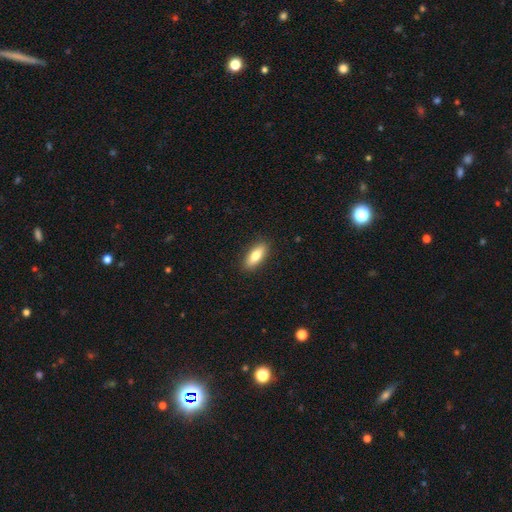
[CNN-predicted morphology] Smooth or featured: smooth — 76% (featured or disk — 17%)
How rounded: in between — 68% (cigar-shaped — 30%)
Merging: none — 89% (minor disturbance — 8%)